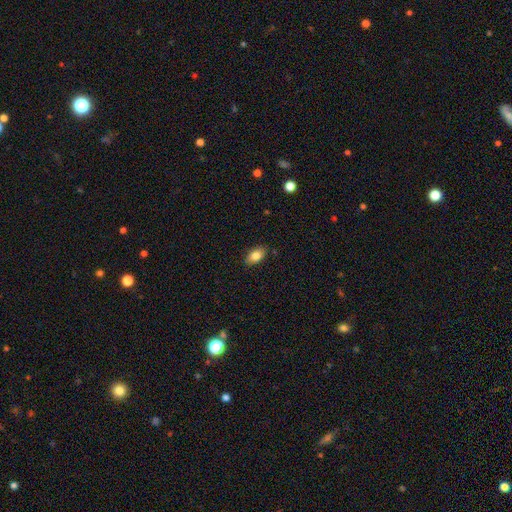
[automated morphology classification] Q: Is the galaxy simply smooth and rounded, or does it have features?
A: smooth — 83%.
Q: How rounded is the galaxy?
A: in between — 90%.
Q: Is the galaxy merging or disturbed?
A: none — 86%.